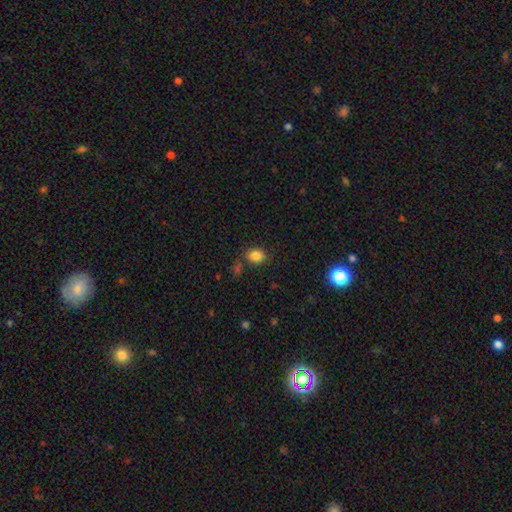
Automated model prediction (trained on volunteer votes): Smooth or featured? smooth (84%)
How rounded? in between (57%)
Merging? none (76%)